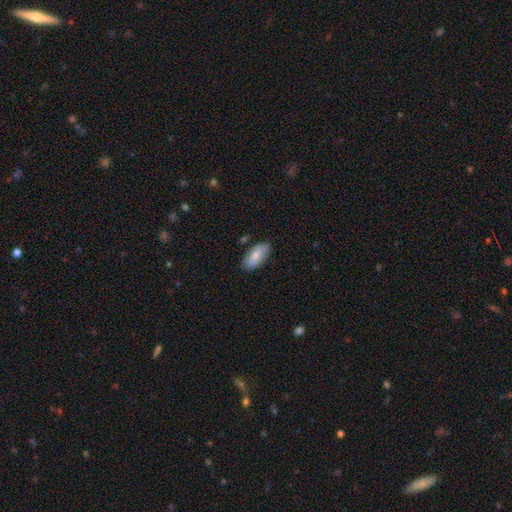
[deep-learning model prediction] smooth-or-featured: smooth: 77% | featured or disk: 17% | star or artifact: 6%
  how-rounded: in between: 93% | cigar-shaped: 5% | round: 2%
  merging: none: 83% | minor disturbance: 13% | major disturbance: 2% | merger: 2%